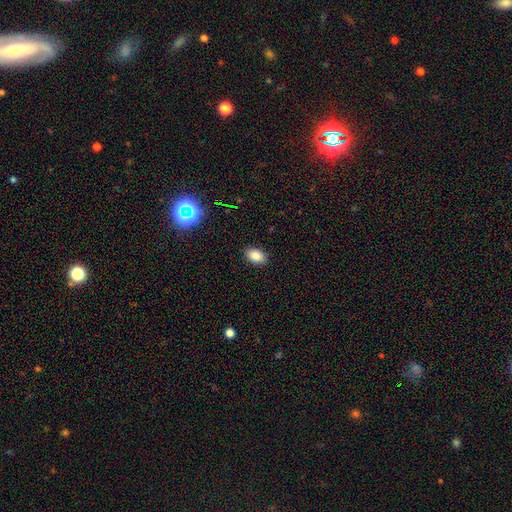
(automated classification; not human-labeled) Overall: smooth (84%). How rounded: in between (89%). Merging: none (89%).